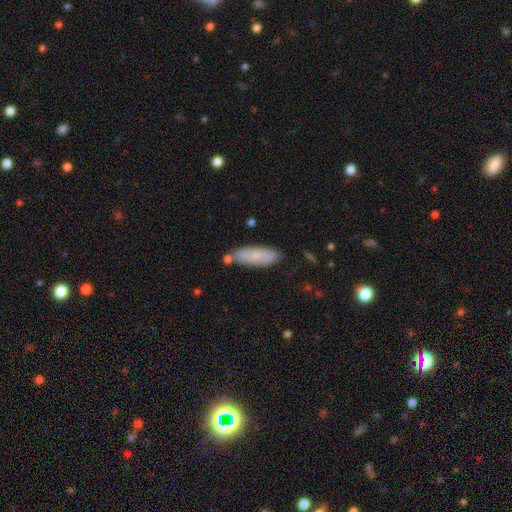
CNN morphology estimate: This is likely a smooth galaxy (75%). How rounded: possibly in between (56%). Merging: likely none (73%).